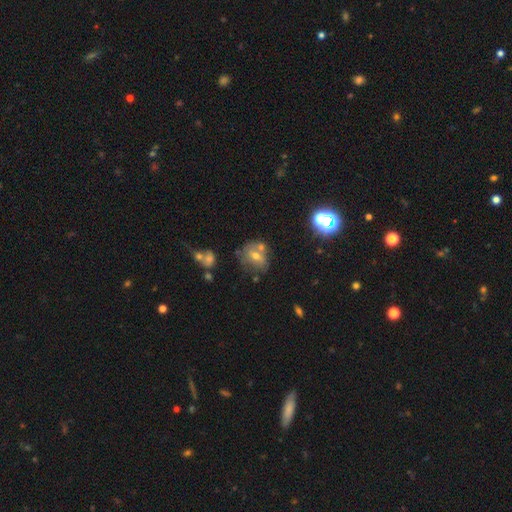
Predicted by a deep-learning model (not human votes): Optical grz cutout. It shows a smooth galaxy with no disk features (52%) that is round (59%). Merging: none (46%).